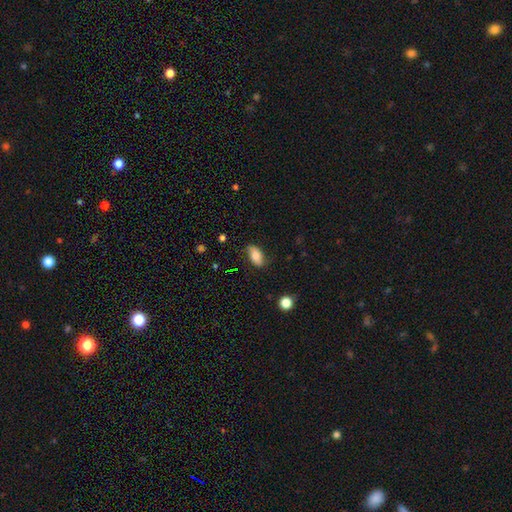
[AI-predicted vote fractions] The model was most divided on "smooth or featured": smooth: 73%, featured or disk: 19%, star or artifact: 8%. More confident: how rounded — in between (91%); merging — none (75%).